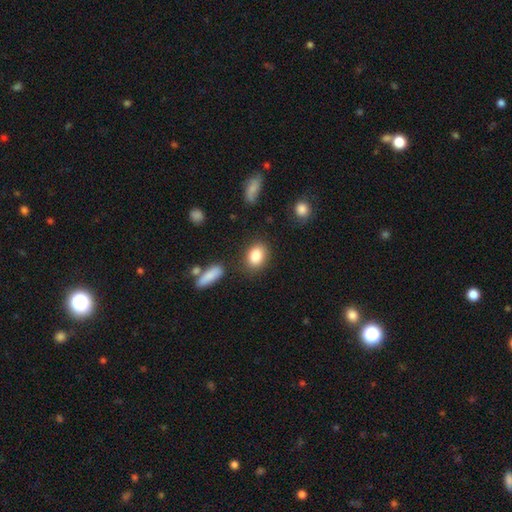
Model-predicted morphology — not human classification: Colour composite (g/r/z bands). It shows a smooth galaxy with no disk features (86%) that is in between round and cigar-shaped (66%). Merging: none (79%).